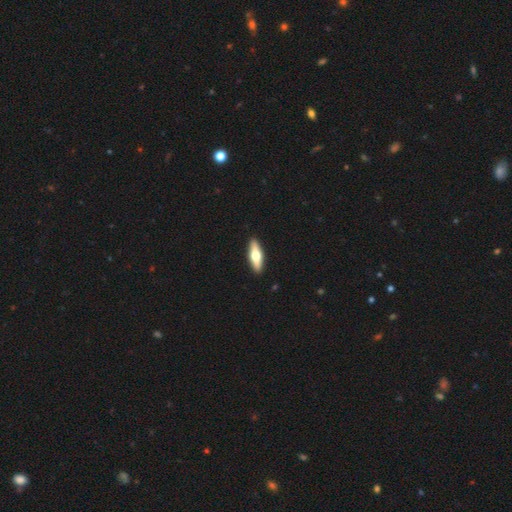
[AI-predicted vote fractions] Smooth or featured? smooth (49%)
Merging? none (92%)